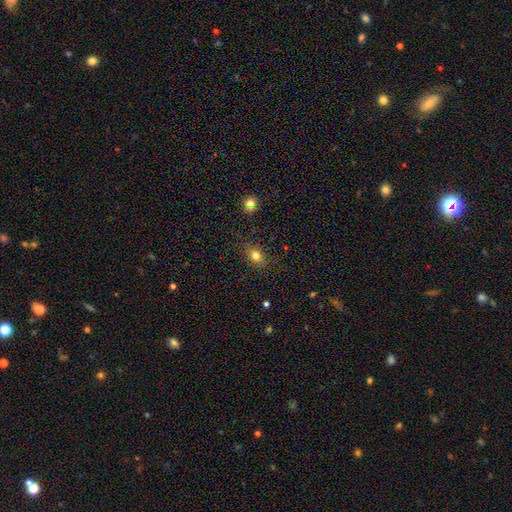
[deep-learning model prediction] smooth 77%, star or artifact 14%, featured or disk 9%. Down the decision tree: how rounded — in between (51%); merging — none (83%).